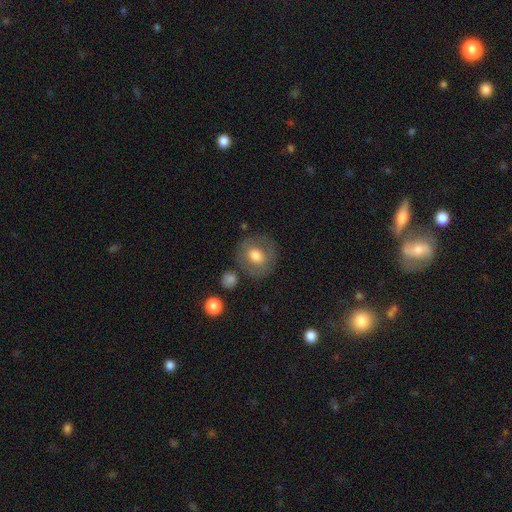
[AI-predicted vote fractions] Smooth or featured? Predicted: smooth (p=0.65). How rounded? Predicted: round (p=0.80). Merging? Predicted: none (p=0.78).